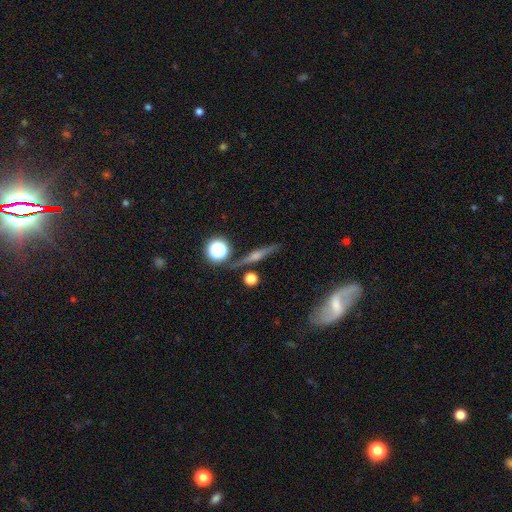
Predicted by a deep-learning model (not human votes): This appears to be a featured or disk galaxy (74%) viewed edge-on (91%) with a rounded central bulge (85%). Merging: none (82%).